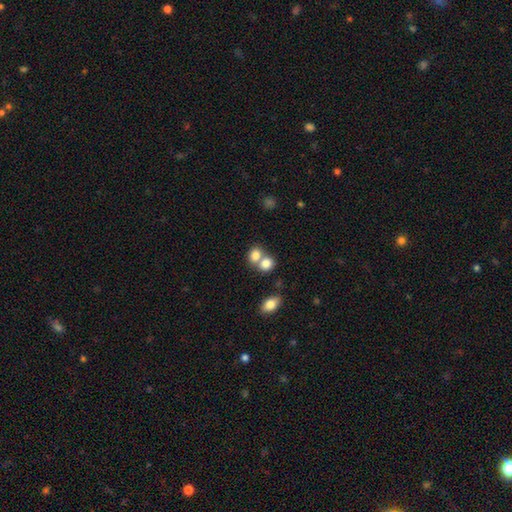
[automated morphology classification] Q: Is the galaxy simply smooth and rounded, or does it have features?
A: smooth — 80%.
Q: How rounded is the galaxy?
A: round — 56%.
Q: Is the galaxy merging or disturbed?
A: merger — 56%.